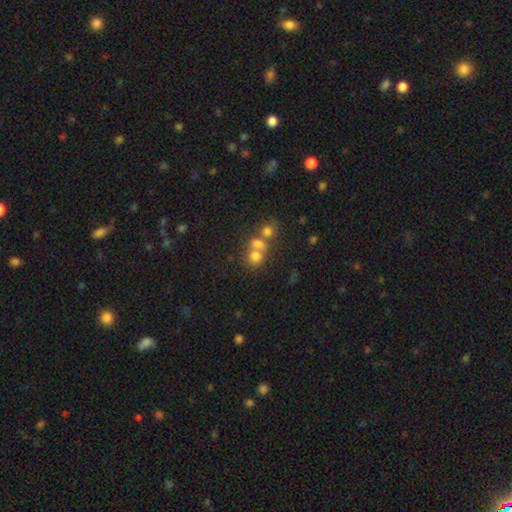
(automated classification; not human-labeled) Smooth or featured?
  - smooth: 70% *
  - star or artifact: 16%
  - featured or disk: 14%
How rounded?
  - round: 74% *
  - in between: 25%
  - cigar-shaped: 1%
Merging?
  - merger: 51% *
  - none: 37%
  - minor disturbance: 7%
  - major disturbance: 5%